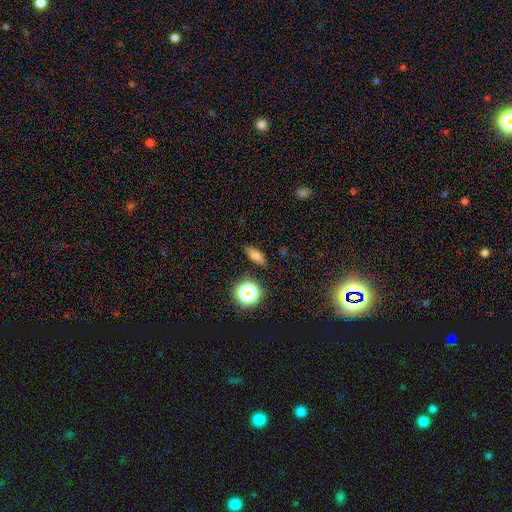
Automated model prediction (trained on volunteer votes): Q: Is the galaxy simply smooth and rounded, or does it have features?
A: smooth — 66%.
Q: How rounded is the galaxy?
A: in between — 58%.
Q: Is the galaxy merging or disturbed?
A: none — 85%.